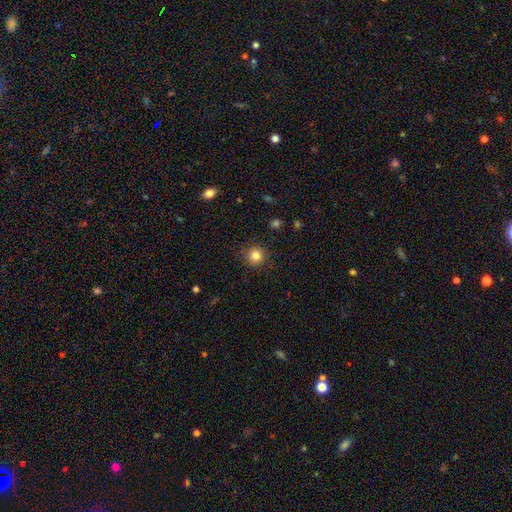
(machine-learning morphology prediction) smooth-or-featured: smooth: 83% | star or artifact: 12% | featured or disk: 6%
  how-rounded: round: 95% | in between: 4% | cigar-shaped: 1%
  merging: none: 91% | minor disturbance: 6% | major disturbance: 2% | merger: 1%